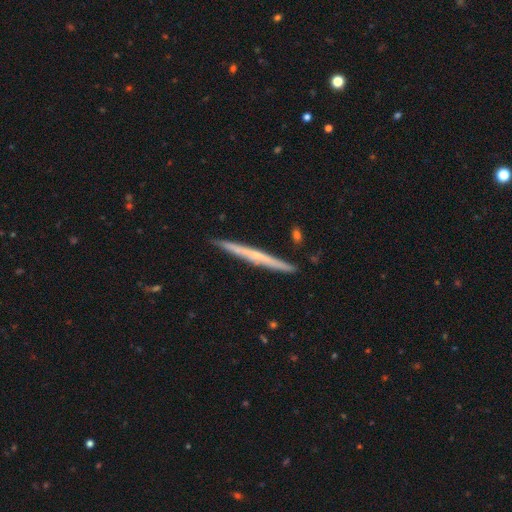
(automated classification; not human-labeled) This is likely a featured or disk galaxy (62%). It is clearly viewed edge-on (98%). Edge-on bulge: likely none (61%). Merging: clearly none (91%).